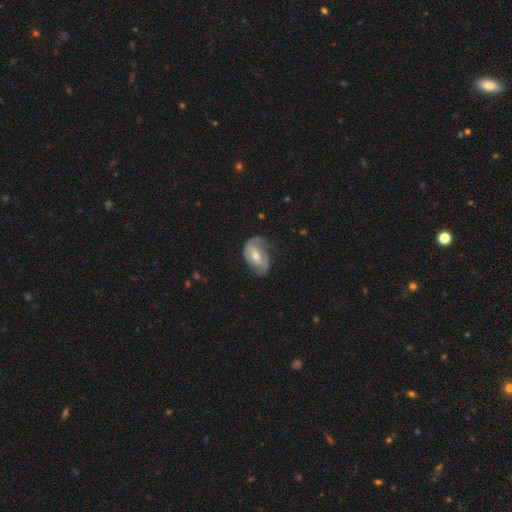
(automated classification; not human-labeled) featured or disk 75%, smooth 19%, star or artifact 5%. Down the decision tree: edge-on disk — no (96%); bar — weak (45%); spiral arms — yes (89%); spiral arm count — 2 (71%); spiral winding — medium (41%); bulge size — moderate (70%); merging — none (55%).